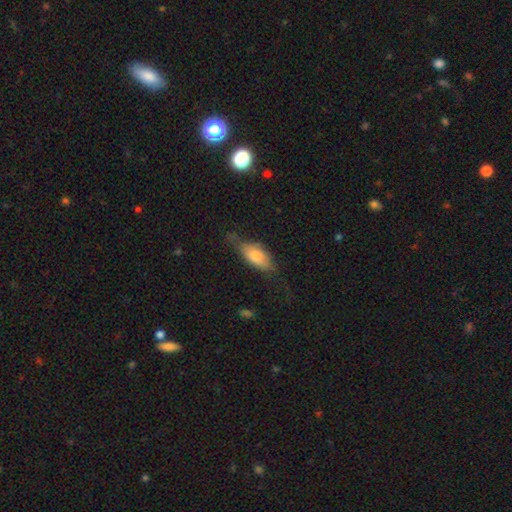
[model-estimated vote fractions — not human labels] Smooth or featured? smooth (71%)
How rounded? in between (81%)
Merging? none (49%)